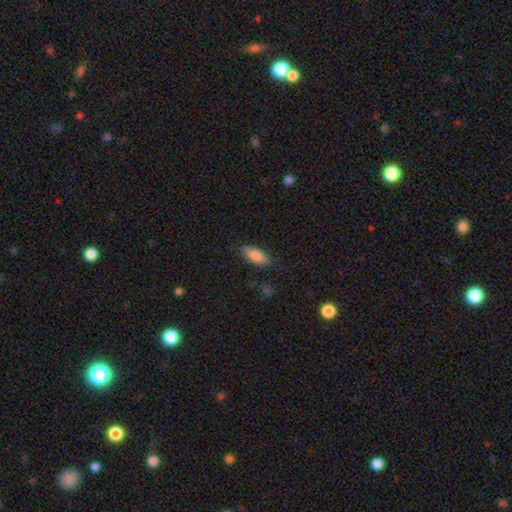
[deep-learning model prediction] Smooth or featured: smooth — 86% (featured or disk — 8%)
How rounded: in between — 81% (cigar-shaped — 17%)
Merging: none — 84% (minor disturbance — 12%)